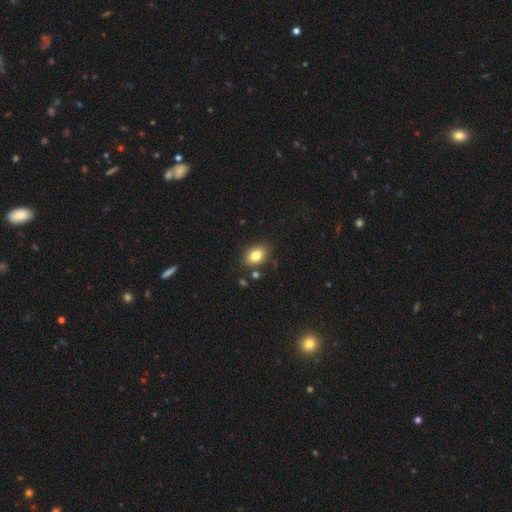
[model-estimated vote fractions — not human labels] smooth-or-featured: smooth: 82% | star or artifact: 9% | featured or disk: 9%
  how-rounded: in between: 78% | round: 21% | cigar-shaped: 1%
  merging: none: 82% | minor disturbance: 11% | merger: 5% | major disturbance: 3%